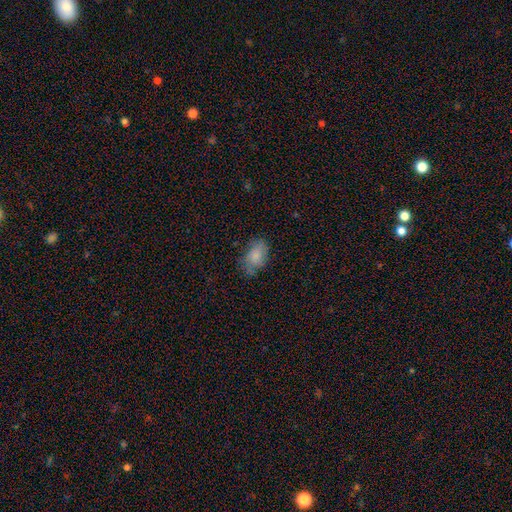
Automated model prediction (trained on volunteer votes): This is likely a smooth galaxy (78%). How rounded: clearly in between (89%). Merging: possibly none (60%).